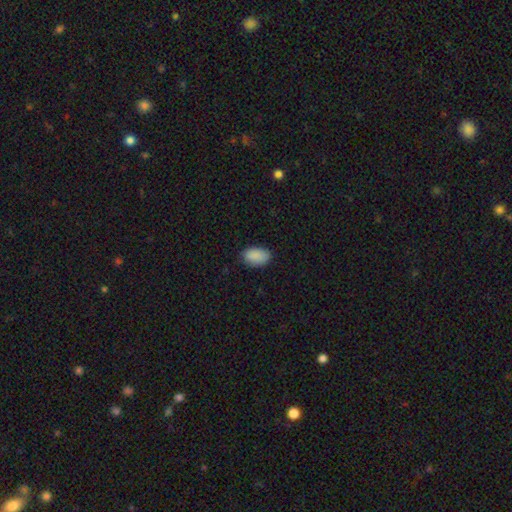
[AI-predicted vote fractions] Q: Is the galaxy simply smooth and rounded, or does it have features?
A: smooth — 89%.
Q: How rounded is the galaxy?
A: in between — 92%.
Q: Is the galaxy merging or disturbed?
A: none — 81%.